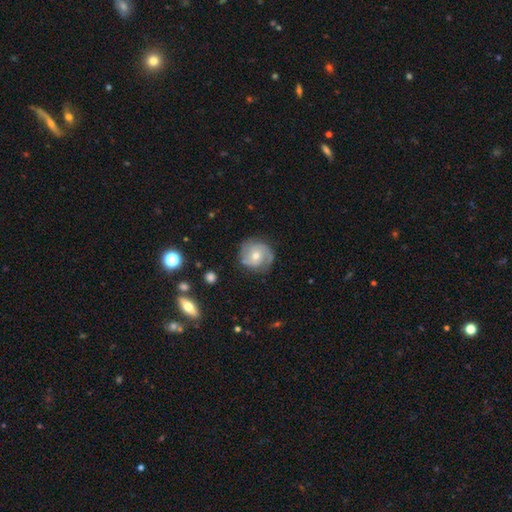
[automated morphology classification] Smooth or featured? Predicted: featured or disk (p=0.72). Edge-on disk? Predicted: no (p=0.97). Bar? Predicted: no (p=0.67). Spiral arms? Predicted: yes (p=0.91). Spiral winding? Predicted: tight (p=0.49). Spiral arm count? Predicted: 2 (p=0.56). Bulge size? Predicted: moderate (p=0.57). Merging? Predicted: none (p=0.78).